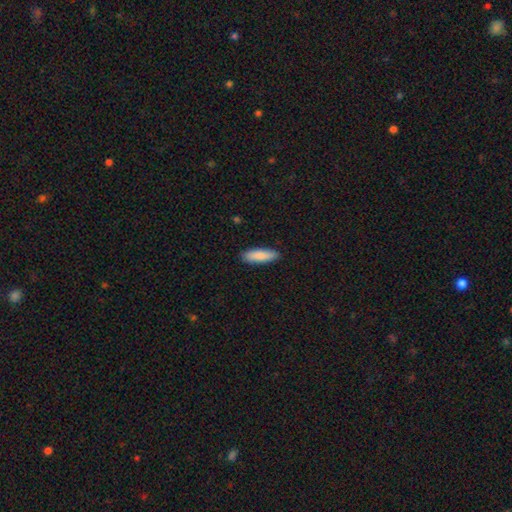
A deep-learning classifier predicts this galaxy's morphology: This appears to be a smooth galaxy with no disk features (87%) that is cigar-shaped (59%). Merging: none (90%).